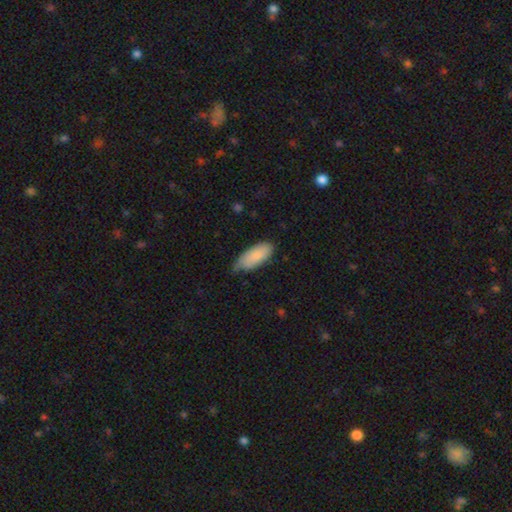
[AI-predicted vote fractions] Smooth or featured? Predicted: smooth (p=0.81). How rounded? Predicted: in between (p=0.87). Merging? Predicted: none (p=0.52).